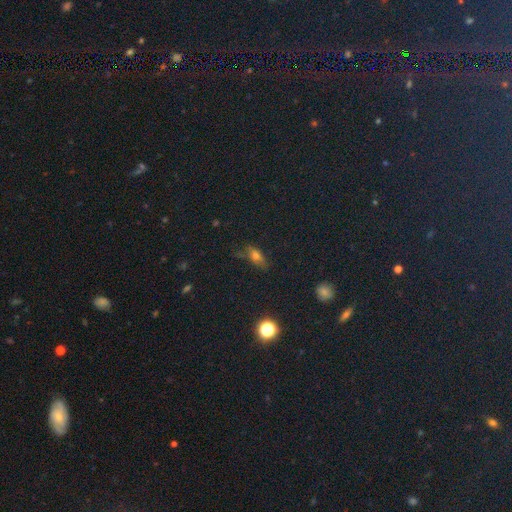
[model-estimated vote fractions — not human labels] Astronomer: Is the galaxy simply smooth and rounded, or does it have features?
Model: smooth — 59%.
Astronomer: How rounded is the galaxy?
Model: in between — 67%.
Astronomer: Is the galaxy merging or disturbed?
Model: none — 69%.